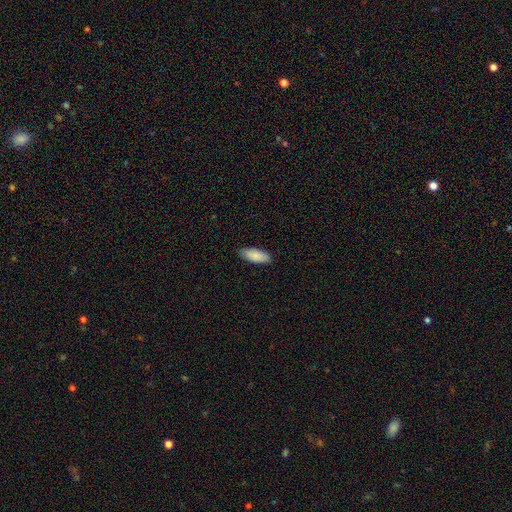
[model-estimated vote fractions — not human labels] Smooth or featured? smooth (89%)
How rounded? in between (78%)
Merging? none (88%)